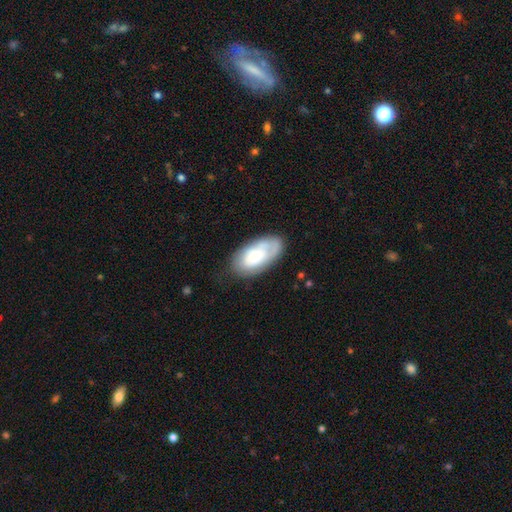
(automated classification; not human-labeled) Morphology: type=smooth (62%); roundness=in between (94%); merging=none (64%).